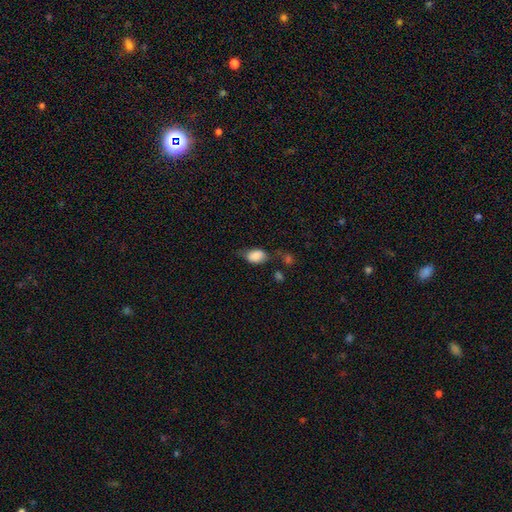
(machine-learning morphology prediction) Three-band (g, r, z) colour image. It shows a smooth galaxy with no disk features (82%) that is in between round and cigar-shaped (86%). Merging: none (51%).